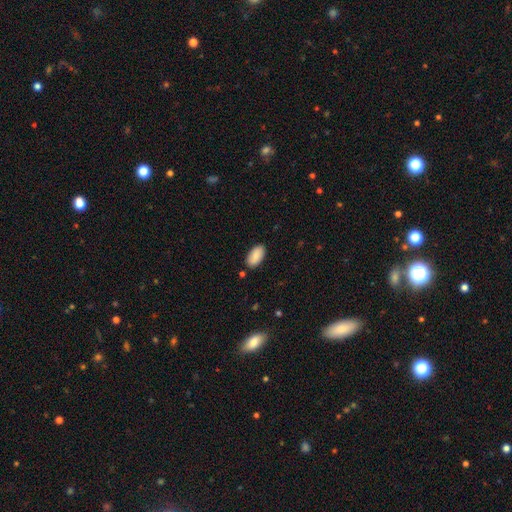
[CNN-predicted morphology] Smooth or featured: smooth — 88% (star or artifact — 6%)
How rounded: in between — 95% (cigar-shaped — 2%)
Merging: none — 87% (minor disturbance — 9%)